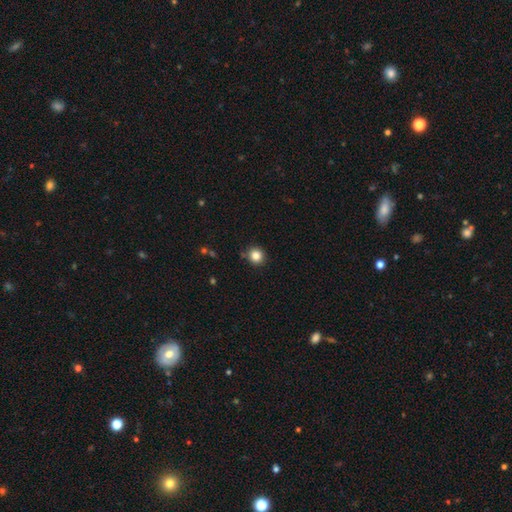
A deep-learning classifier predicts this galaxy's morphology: Q: Smooth or featured?
A: smooth (85%); runner-up: star or artifact (11%)
Q: How rounded?
A: round (90%); runner-up: in between (9%)
Q: Merging?
A: none (87%); runner-up: minor disturbance (8%)